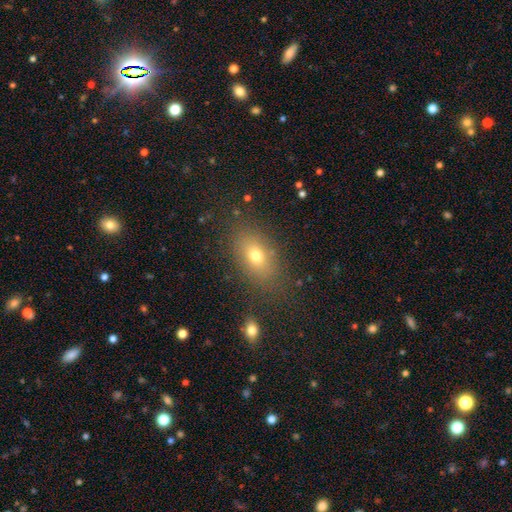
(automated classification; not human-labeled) Smooth or featured: smooth — 70% (featured or disk — 16%)
How rounded: in between — 79% (round — 15%)
Merging: none — 80% (minor disturbance — 12%)